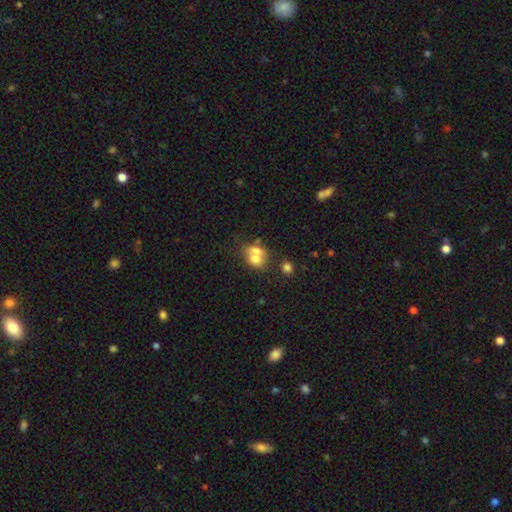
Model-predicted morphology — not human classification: A smooth galaxy with no disk features (67%) that is round (56%). Merging: merger (61%).